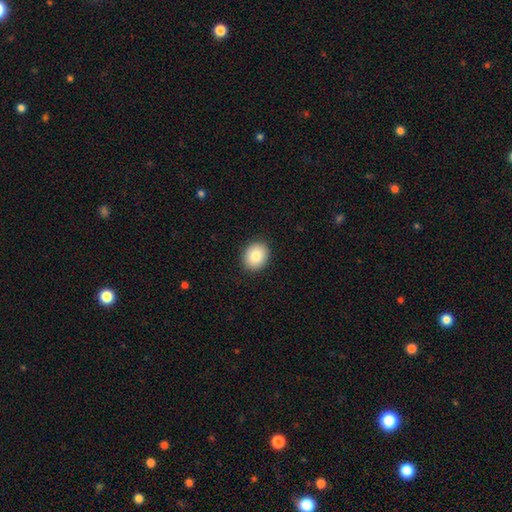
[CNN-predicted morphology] A smooth galaxy with no disk features (84%) that is round (59%).

Vote fractions:
- Smooth or featured? smooth: 84% / featured or disk: 8% / star or artifact: 8%
- How rounded? round: 59% / in between: 41% / cigar-shaped: 1%
- Merging? none: 90% / minor disturbance: 7% / major disturbance: 2% / merger: 1%